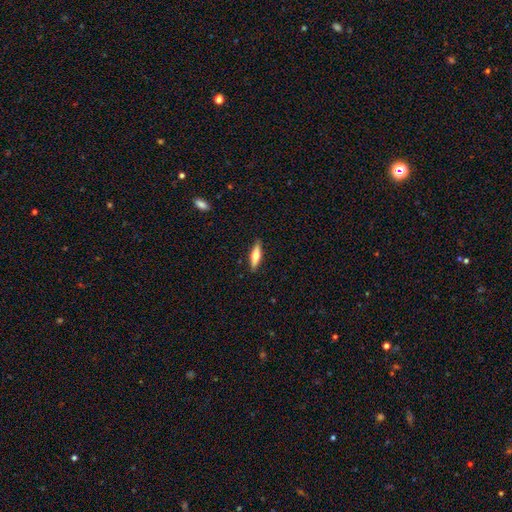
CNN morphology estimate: smooth-or-featured: smooth: 53% | featured or disk: 41% | star or artifact: 6%
  how-rounded: cigar-shaped: 66% | in between: 32% | round: 2%
  merging: none: 89% | minor disturbance: 8% | major disturbance: 2% | merger: 1%